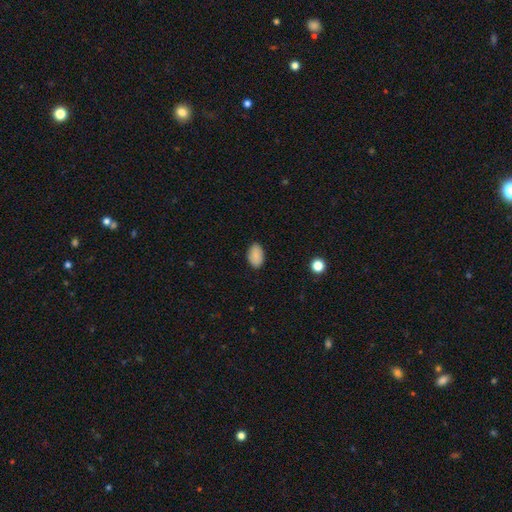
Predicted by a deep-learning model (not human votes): Smooth or featured? Predicted: smooth (p=0.87). How rounded? Predicted: in between (p=0.90). Merging? Predicted: none (p=0.86).